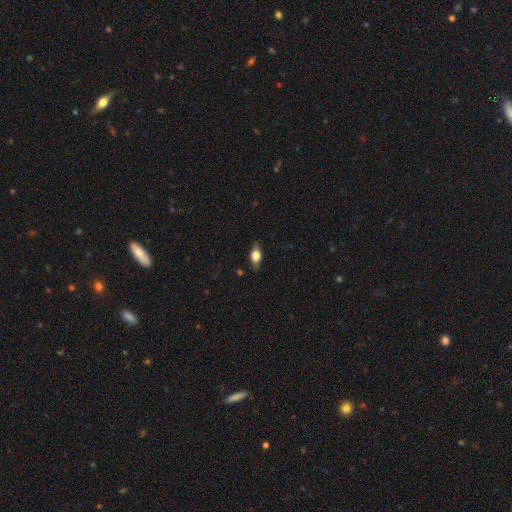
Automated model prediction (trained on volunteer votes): smooth 66%, featured or disk 25%, star or artifact 8%. Down the decision tree: how rounded — in between (79%); merging — none (81%).